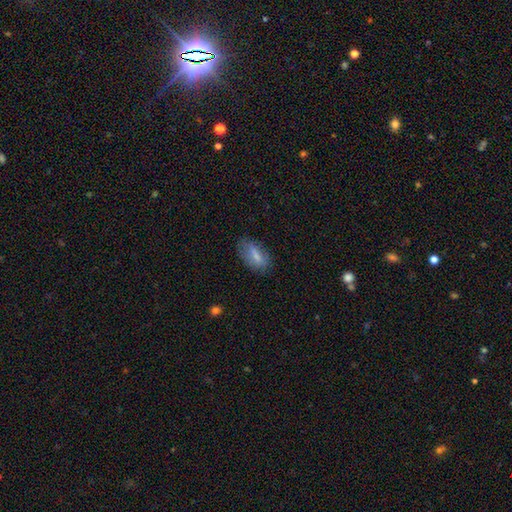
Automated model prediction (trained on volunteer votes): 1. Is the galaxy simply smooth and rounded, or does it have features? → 72% smooth, 20% featured or disk, 8% star or artifact.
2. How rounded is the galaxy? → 83% in between, 13% cigar-shaped, 4% round.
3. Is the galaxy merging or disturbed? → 70% none, 21% minor disturbance, 7% major disturbance, 1% merger.